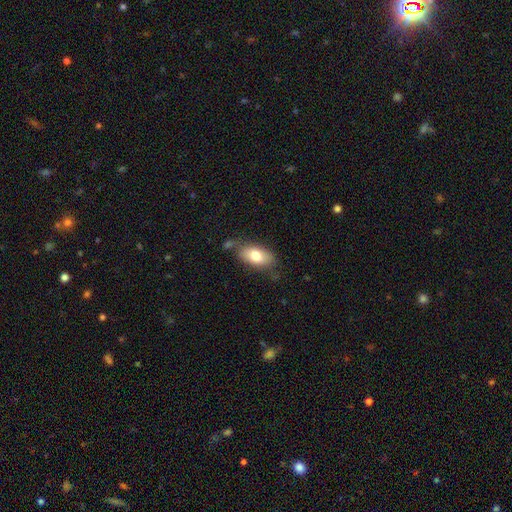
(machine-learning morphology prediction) Smooth or featured: smooth — 78% (featured or disk — 15%)
How rounded: in between — 91% (round — 5%)
Merging: none — 65% (minor disturbance — 21%)